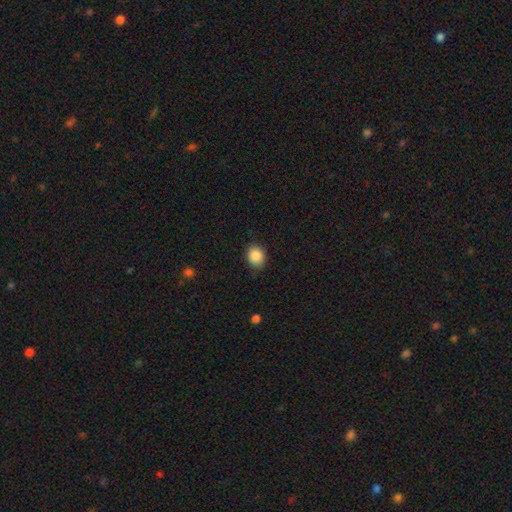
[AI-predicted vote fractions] smooth 88%, star or artifact 8%, featured or disk 4%. Down the decision tree: how rounded — round (56%); merging — none (85%).